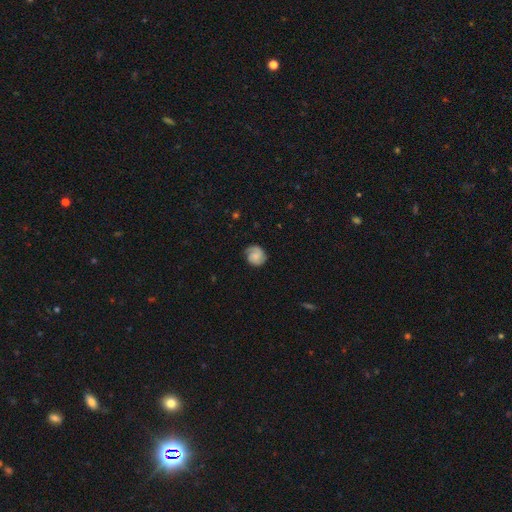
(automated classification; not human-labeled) This appears to be a featured or disk galaxy (60%) with no bar (65%), 2 (69%) tight (50%) spiral arms (94%) and a small central bulge (43%). Merging: none (77%).